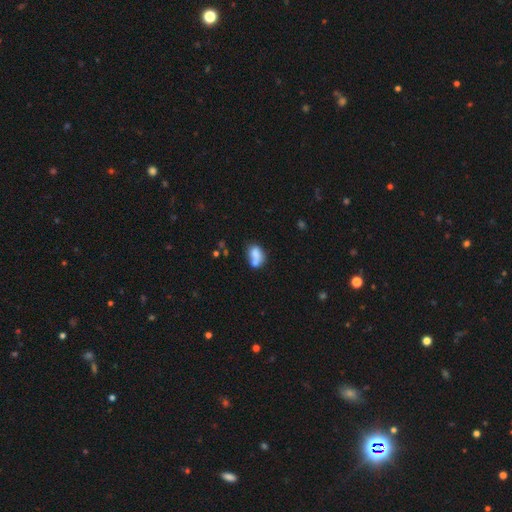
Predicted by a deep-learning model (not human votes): Overall: smooth (73%). How rounded: in between (79%). Merging: merger (47%; none 30%).